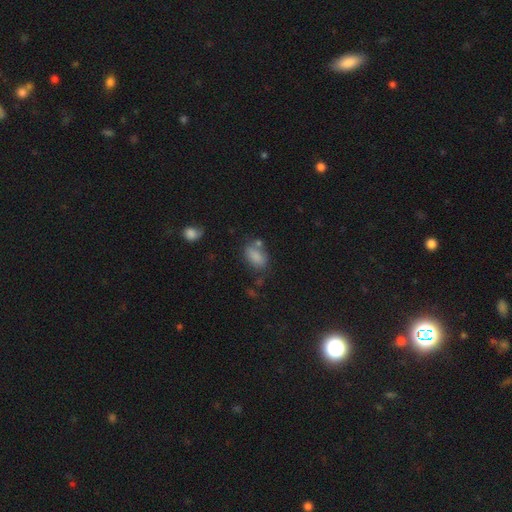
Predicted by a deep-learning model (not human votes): smooth 82%, star or artifact 10%, featured or disk 8%. Down the decision tree: how rounded — in between (88%); merging — none (58%).